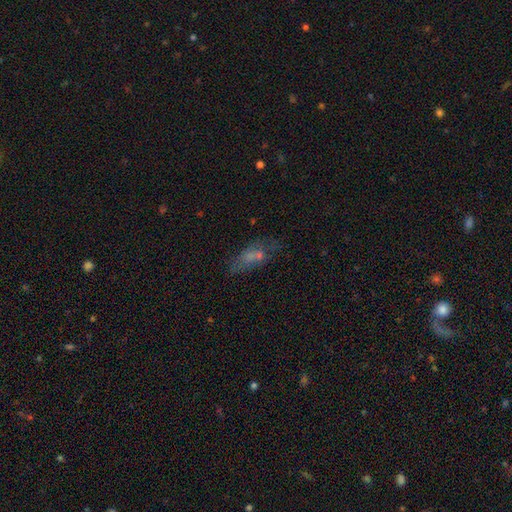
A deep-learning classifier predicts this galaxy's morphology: Smooth or featured: smooth — 45% (featured or disk — 31%)
Merging: none — 59% (minor disturbance — 19%)